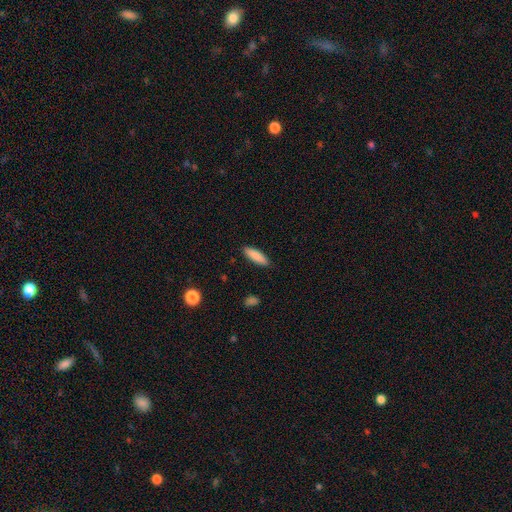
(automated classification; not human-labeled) Q: Smooth or featured?
A: smooth (87%); runner-up: featured or disk (7%)
Q: How rounded?
A: cigar-shaped (58%); runner-up: in between (40%)
Q: Merging?
A: none (88%); runner-up: minor disturbance (9%)